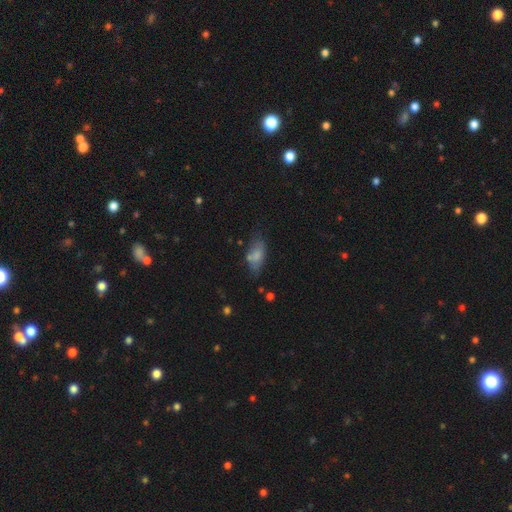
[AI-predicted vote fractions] smooth 72%, featured or disk 20%, star or artifact 8%. Down the decision tree: how rounded — in between (86%); merging — none (54%).